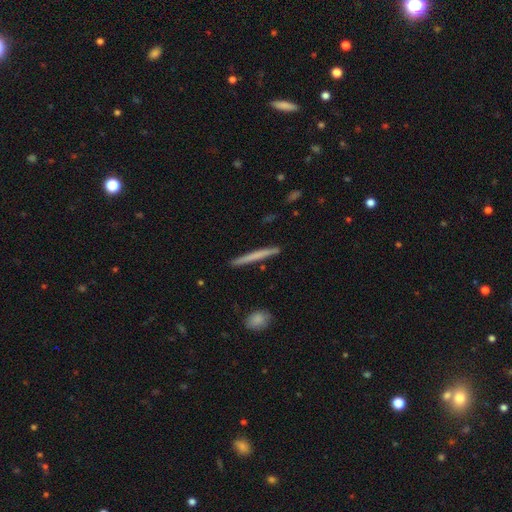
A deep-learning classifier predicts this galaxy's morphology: smooth 60%, featured or disk 34%, star or artifact 5%. Down the decision tree: how rounded — cigar-shaped (97%); merging — none (91%).